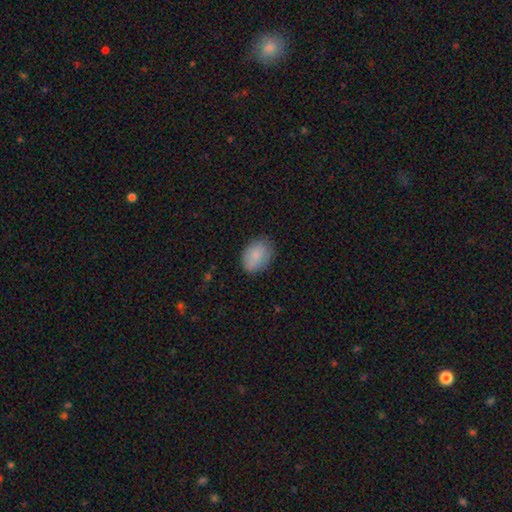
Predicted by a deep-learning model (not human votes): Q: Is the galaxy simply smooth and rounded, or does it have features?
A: smooth — 86%.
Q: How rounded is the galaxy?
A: in between — 78%.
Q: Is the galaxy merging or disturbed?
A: none — 81%.